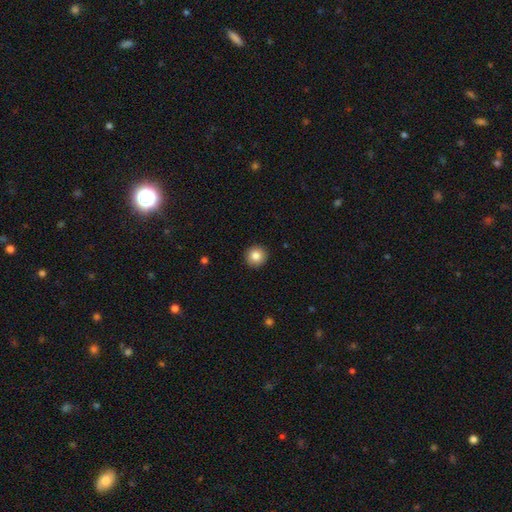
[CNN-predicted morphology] A smooth galaxy with no disk features (84%) that is round (95%). Merging: none (93%).